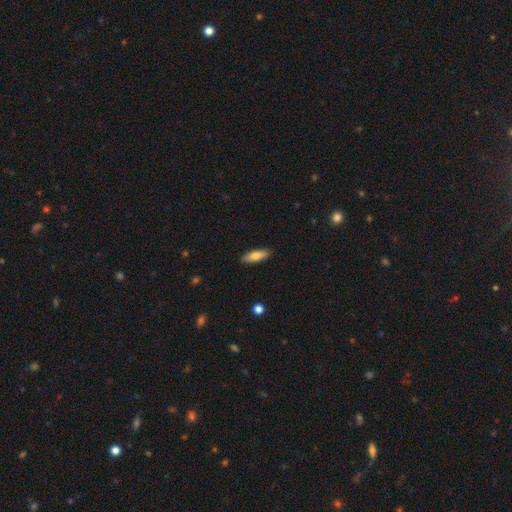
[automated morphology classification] smooth_or_featured: smooth (p=0.77) [alt: featured or disk p=0.16]
how_rounded: in between (p=0.50) [alt: cigar-shaped p=0.48]
merging: none (p=0.89) [alt: minor disturbance p=0.08]